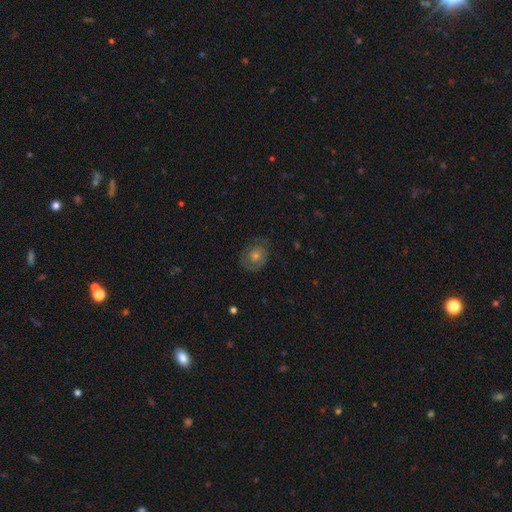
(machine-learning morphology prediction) Smooth or featured: featured or disk — 58% (smooth — 29%)
Edge-on disk: no — 97% (yes — 3%)
Bar: no — 79% (weak — 17%)
Spiral arms: yes — 78% (no — 22%)
Bulge size: moderate — 61% (small — 25%)
Merging: none — 77% (minor disturbance — 15%)